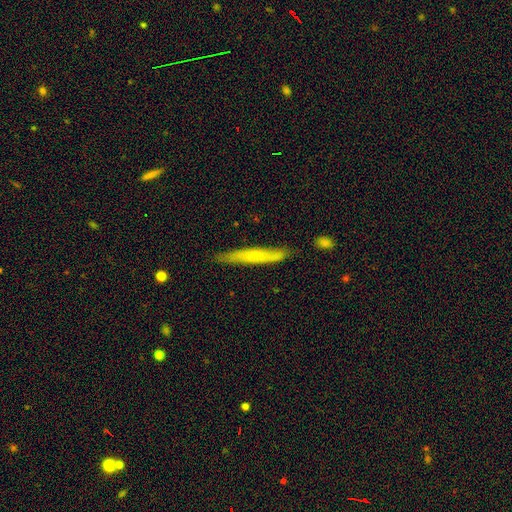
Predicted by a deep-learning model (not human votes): The model was most divided on "smooth or featured": smooth: 57%, featured or disk: 37%, star or artifact: 6%. More confident: how rounded — cigar-shaped (95%); merging — none (82%).